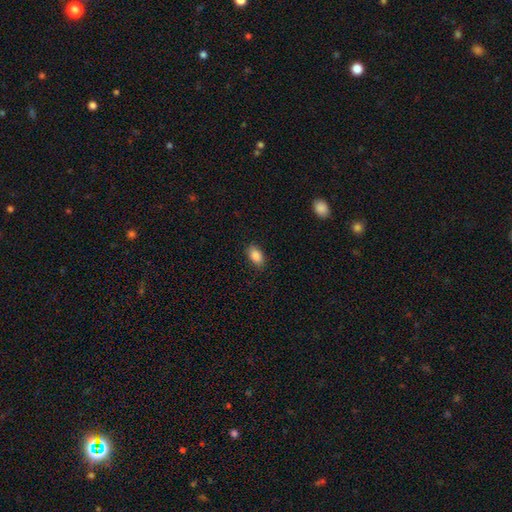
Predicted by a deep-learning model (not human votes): smooth-or-featured: smooth: 88% | star or artifact: 8% | featured or disk: 4%
  how-rounded: in between: 91% | round: 7% | cigar-shaped: 2%
  merging: none: 86% | minor disturbance: 10% | major disturbance: 2% | merger: 1%